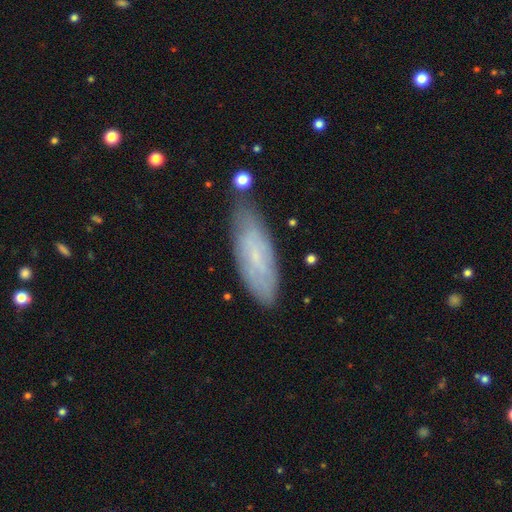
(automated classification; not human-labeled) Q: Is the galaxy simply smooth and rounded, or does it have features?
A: smooth — 50%.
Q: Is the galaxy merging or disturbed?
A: none — 73%.